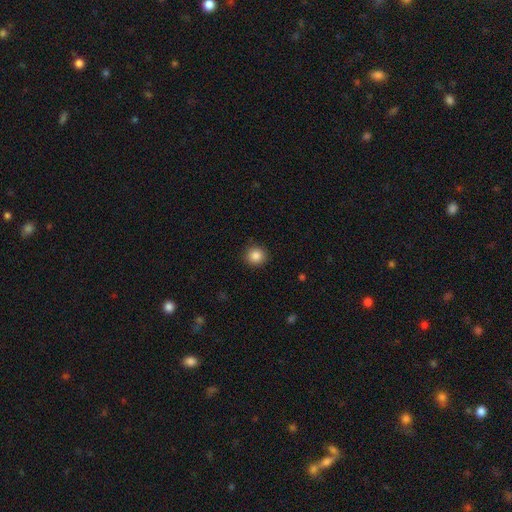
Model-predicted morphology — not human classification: This is clearly a smooth galaxy (86%). How rounded: clearly round (91%). Merging: clearly none (91%).